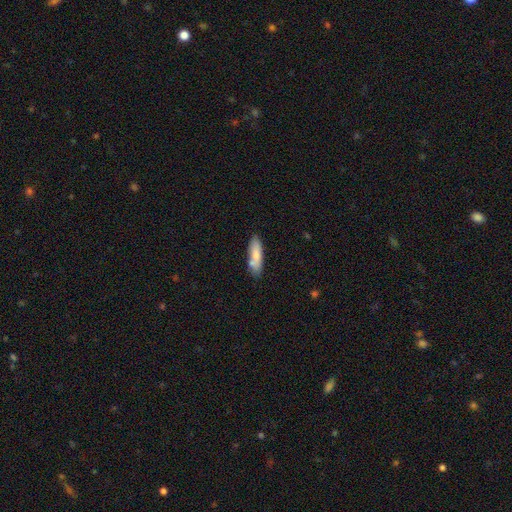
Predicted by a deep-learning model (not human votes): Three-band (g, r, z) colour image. It shows a smooth galaxy with no disk features (78%) that is cigar-shaped (55%). Merging: none (72%).